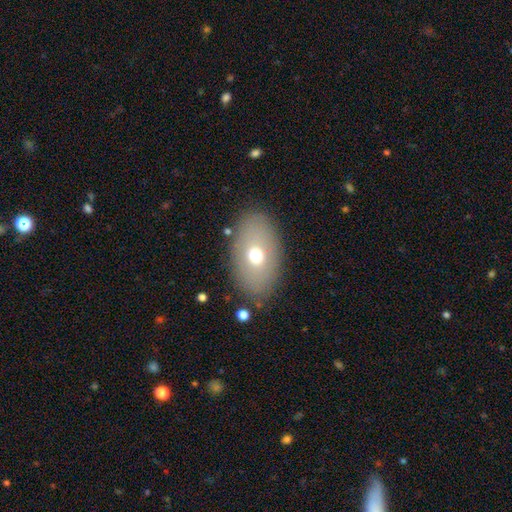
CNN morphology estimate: smooth 66%, featured or disk 25%, star or artifact 10%. Down the decision tree: how rounded — in between (88%); merging — none (84%).